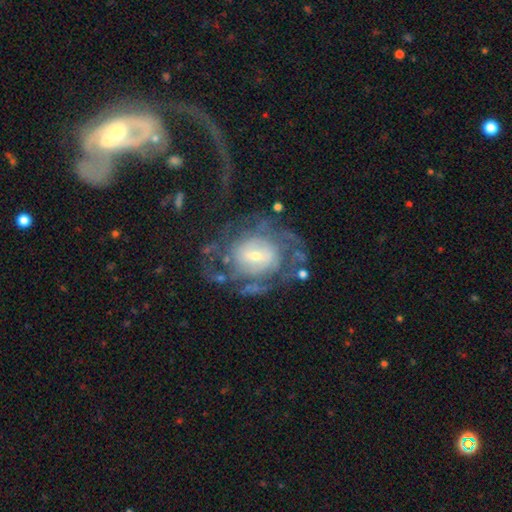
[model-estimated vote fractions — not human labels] Q: Smooth or featured?
A: featured or disk (81%); runner-up: smooth (12%)
Q: Edge-on disk?
A: no (97%); runner-up: yes (3%)
Q: Bar?
A: no (45%); runner-up: weak (42%)
Q: Spiral arms?
A: yes (85%); runner-up: no (15%)
Q: Spiral winding?
A: tight (51%); runner-up: medium (33%)
Q: Spiral arm count?
A: can't tell (45%); runner-up: 2 (23%)
Q: Bulge size?
A: small (57%); runner-up: moderate (35%)
Q: Merging?
A: none (55%); runner-up: major disturbance (25%)